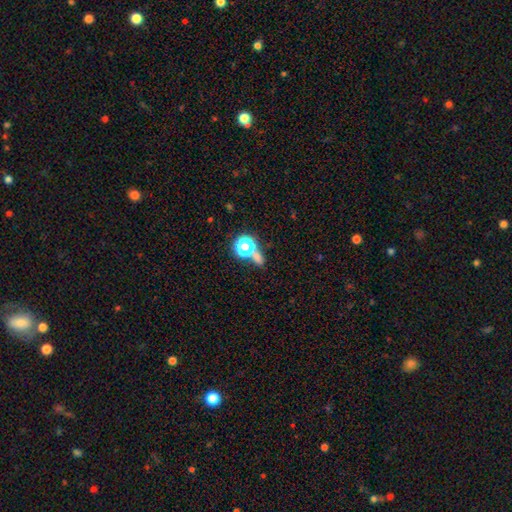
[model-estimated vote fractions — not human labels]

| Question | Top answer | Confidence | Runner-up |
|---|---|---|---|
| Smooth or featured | smooth | 55% | star or artifact (36%) |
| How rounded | round | 67% | in between (29%) |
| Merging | none | 50% | merger (33%) |